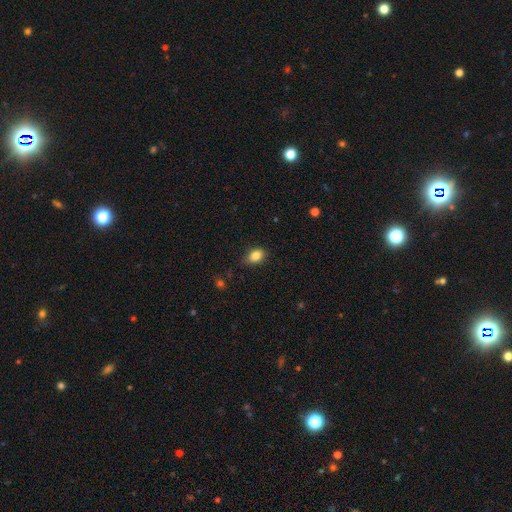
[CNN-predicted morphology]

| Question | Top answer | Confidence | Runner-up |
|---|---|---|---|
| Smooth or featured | smooth | 84% | star or artifact (9%) |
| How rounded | in between | 74% | round (24%) |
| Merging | none | 74% | minor disturbance (21%) |